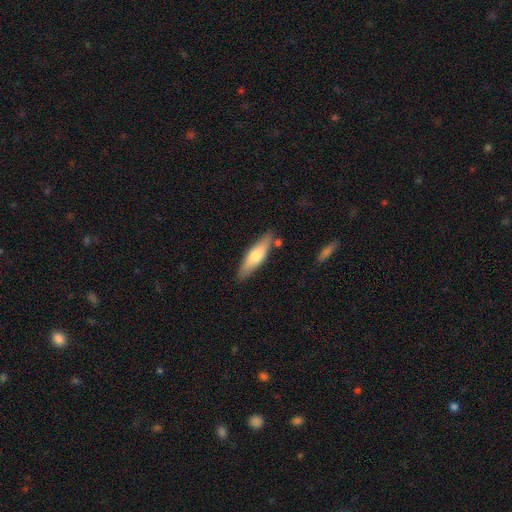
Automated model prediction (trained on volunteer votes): smooth-or-featured: smooth: 65% | featured or disk: 30% | star or artifact: 5%
  how-rounded: cigar-shaped: 60% | in between: 38% | round: 2%
  merging: none: 80% | minor disturbance: 13% | merger: 4% | major disturbance: 2%